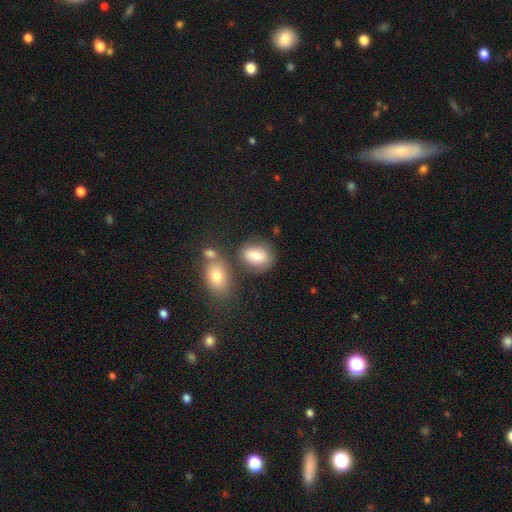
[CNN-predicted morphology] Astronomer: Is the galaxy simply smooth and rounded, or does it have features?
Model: smooth — 76%.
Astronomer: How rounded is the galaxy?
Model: in between — 69%.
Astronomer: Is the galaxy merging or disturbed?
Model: none — 65%.